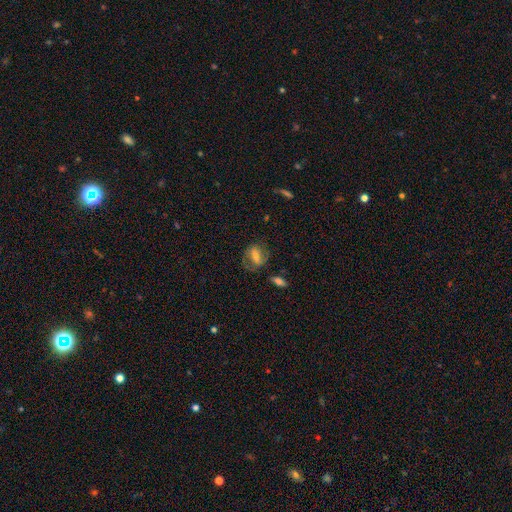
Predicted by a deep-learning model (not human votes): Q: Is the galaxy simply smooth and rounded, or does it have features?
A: smooth — 48%.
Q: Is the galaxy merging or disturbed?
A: none — 63%.